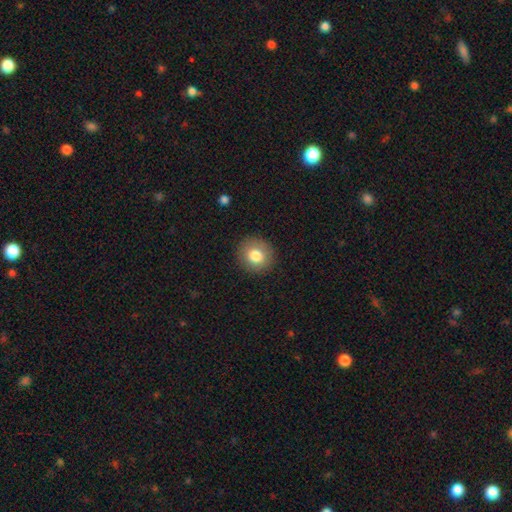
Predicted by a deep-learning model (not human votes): A smooth galaxy with no disk features (80%) that is round (87%).

Vote fractions:
- Smooth or featured? smooth: 80% / featured or disk: 11% / star or artifact: 9%
- How rounded? round: 87% / in between: 12% / cigar-shaped: 1%
- Merging? none: 89% / minor disturbance: 7% / major disturbance: 2% / merger: 1%